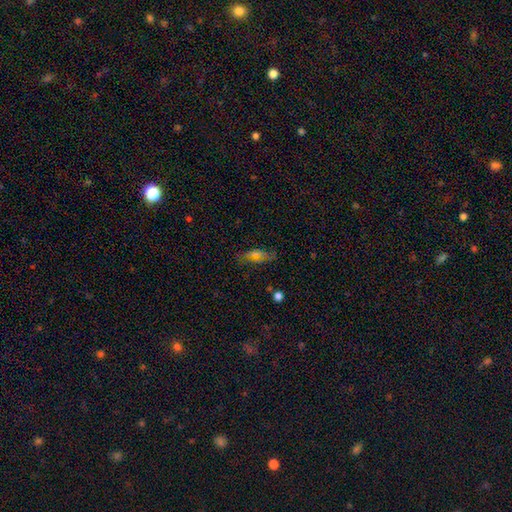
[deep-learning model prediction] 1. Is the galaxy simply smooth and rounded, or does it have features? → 55% smooth, 29% featured or disk, 15% star or artifact.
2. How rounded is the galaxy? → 69% in between, 27% cigar-shaped, 4% round.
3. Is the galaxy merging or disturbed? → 73% none, 19% minor disturbance, 6% major disturbance, 2% merger.